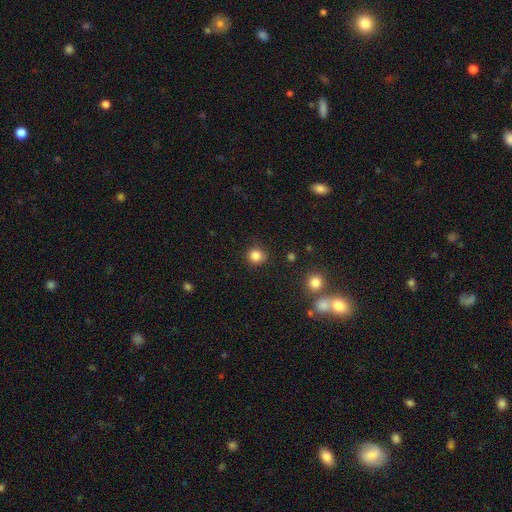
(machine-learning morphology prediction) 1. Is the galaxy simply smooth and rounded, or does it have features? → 84% smooth, 12% star or artifact, 4% featured or disk.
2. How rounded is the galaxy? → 91% round, 8% in between, 1% cigar-shaped.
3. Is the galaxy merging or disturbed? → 88% none, 8% minor disturbance, 2% major disturbance, 2% merger.